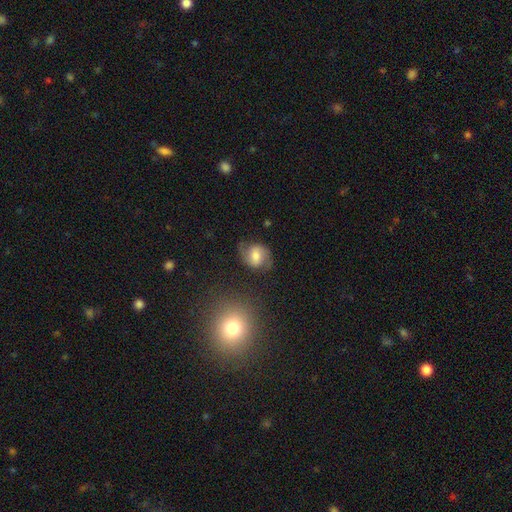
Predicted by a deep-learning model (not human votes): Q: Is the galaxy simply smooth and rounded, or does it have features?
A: featured or disk — 48%.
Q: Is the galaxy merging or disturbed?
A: none — 68%.